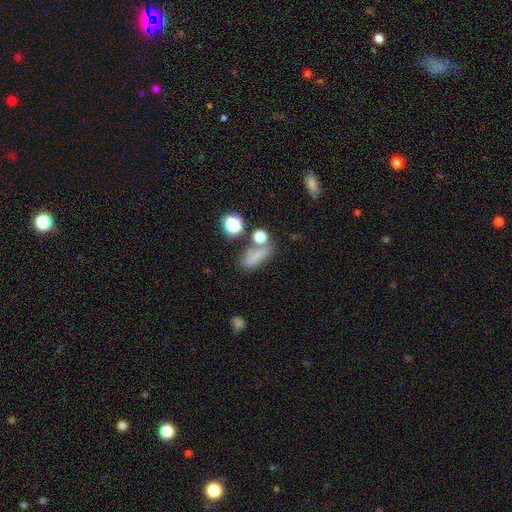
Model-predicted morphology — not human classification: smooth 67%, star or artifact 19%, featured or disk 14%. Down the decision tree: how rounded — in between (60%); merging — none (49%).